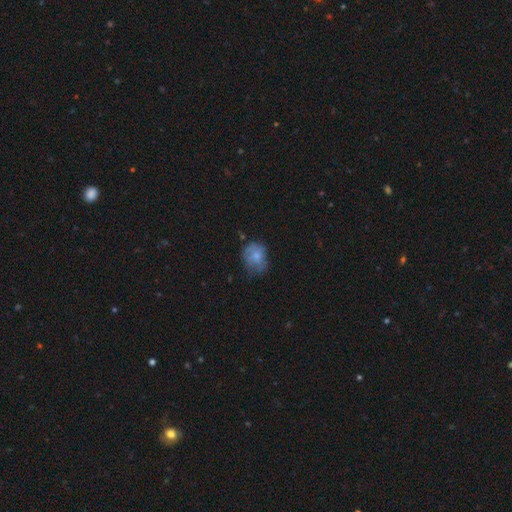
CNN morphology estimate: Smooth or featured: smooth — 62% (featured or disk — 29%)
How rounded: round — 52% (in between — 47%)
Merging: none — 47% (minor disturbance — 32%)